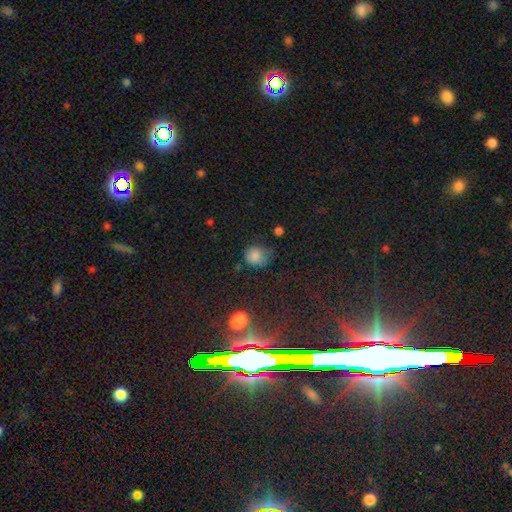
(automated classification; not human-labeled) smooth-or-featured: smooth: 79% | star or artifact: 13% | featured or disk: 8%
  how-rounded: round: 74% | in between: 25% | cigar-shaped: 1%
  merging: none: 56% | minor disturbance: 30% | major disturbance: 12% | merger: 3%